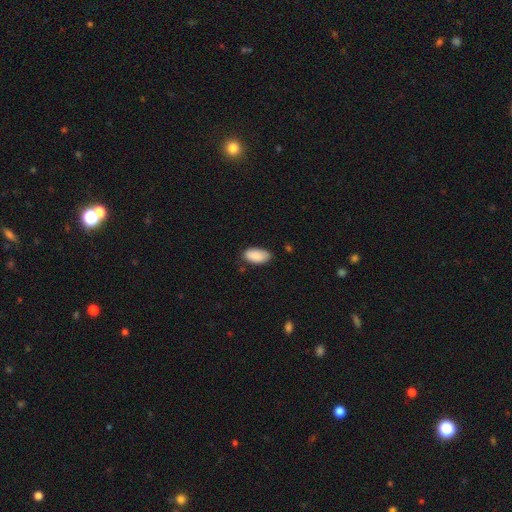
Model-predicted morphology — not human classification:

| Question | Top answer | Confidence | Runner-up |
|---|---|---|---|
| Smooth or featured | smooth | 89% | star or artifact (6%) |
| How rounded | in between | 94% | cigar-shaped (3%) |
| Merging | none | 74% | minor disturbance (22%) |